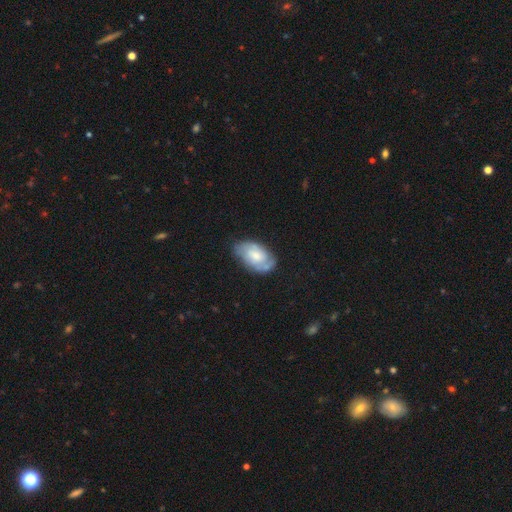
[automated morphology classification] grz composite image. It shows a featured or disk galaxy (57%) with no bar (66%), spiral arms (79%) and a moderate central bulge (44%). Merging: none (63%).